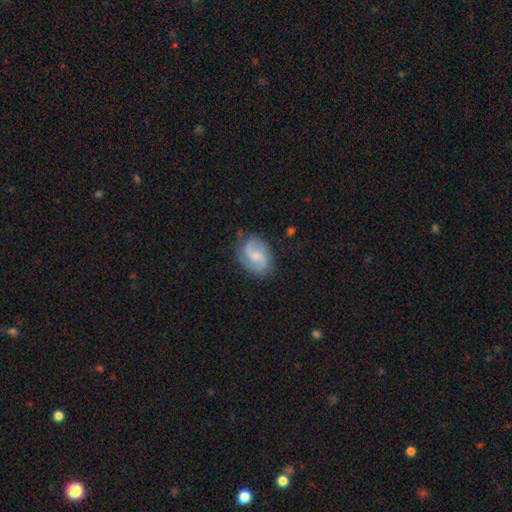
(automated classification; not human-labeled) Overall: featured or disk (77%). Edge-on disk: no (98%). Bar: weak (50%; no 42%). Spiral arms: yes (96%). Spiral arm count: 2 (88%). Spiral winding: medium (51%; loose 28%). Bulge size: moderate (43%; small 42%). Merging: none (76%).